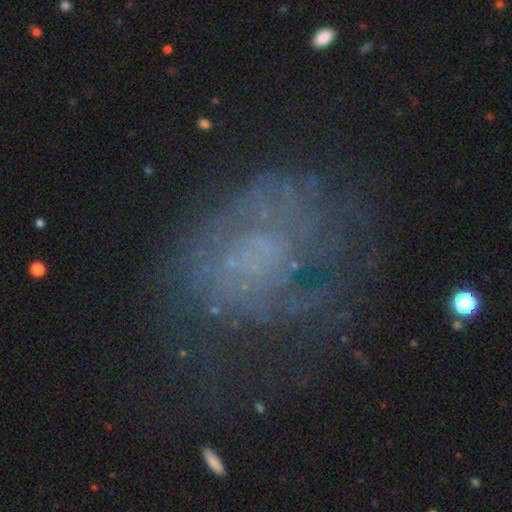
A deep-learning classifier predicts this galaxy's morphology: type=featured or disk (51%); edge-on=no (97%); merging=none (52%).